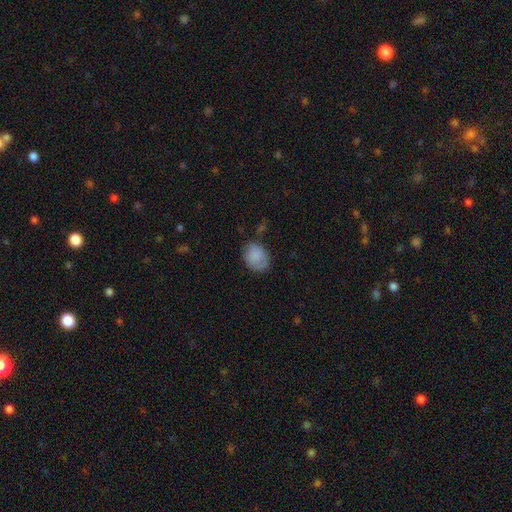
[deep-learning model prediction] Smooth or featured? smooth (81%)
How rounded? in between (54%)
Merging? none (58%)